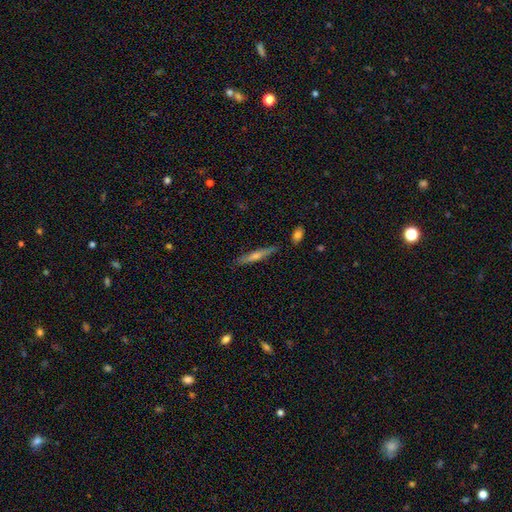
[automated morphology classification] A featured or disk galaxy (52%) viewed edge-on (94%). Merging: none (86%).